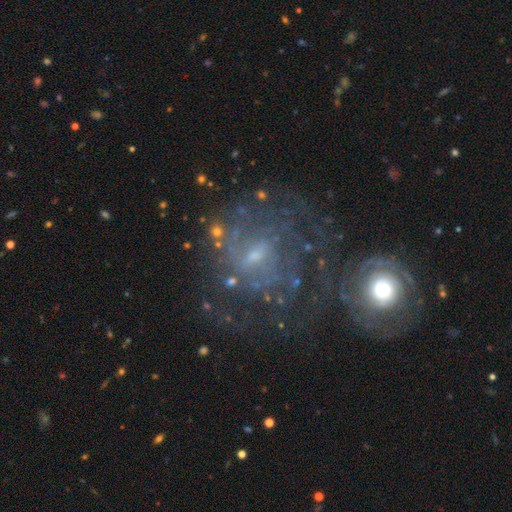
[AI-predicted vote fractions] Smooth or featured? featured or disk (68%)
Edge-on disk? no (96%)
Bar? no (47%)
Spiral arms? yes (73%)
Bulge size? small (63%)
Merging? none (54%)